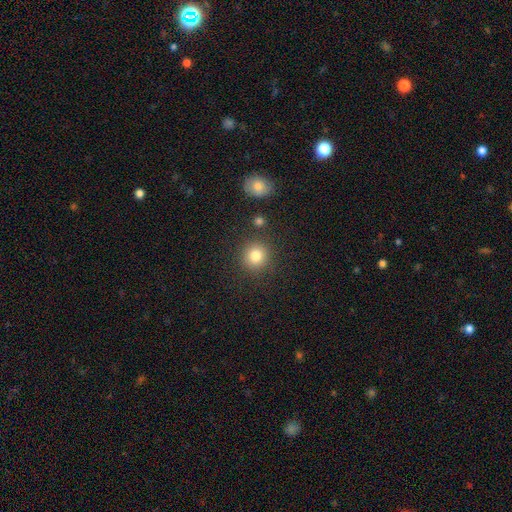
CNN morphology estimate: Smooth or featured: smooth — 82% (star or artifact — 12%)
How rounded: round — 90% (in between — 9%)
Merging: none — 85% (minor disturbance — 8%)